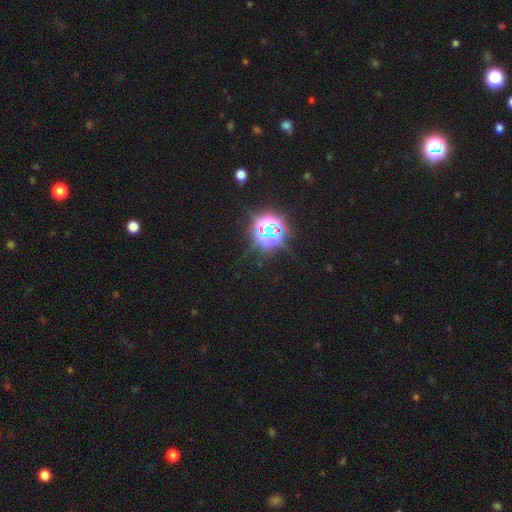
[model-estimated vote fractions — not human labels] This is clearly a star or artifact rather than a galaxy (82%).